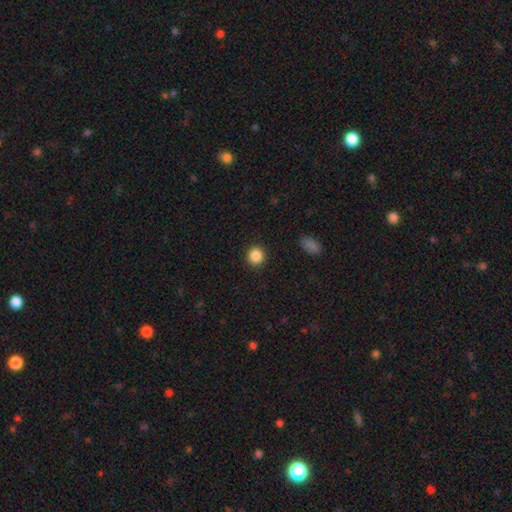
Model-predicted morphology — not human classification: Q: Smooth or featured?
A: smooth (87%); runner-up: star or artifact (10%)
Q: How rounded?
A: round (91%); runner-up: in between (8%)
Q: Merging?
A: none (91%); runner-up: minor disturbance (5%)